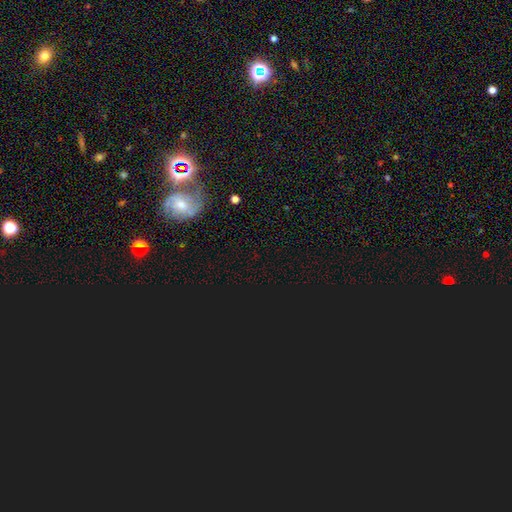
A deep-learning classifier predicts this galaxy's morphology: The model was most divided on "smooth or featured": star or artifact: 74%, smooth: 19%, featured or disk: 7%.